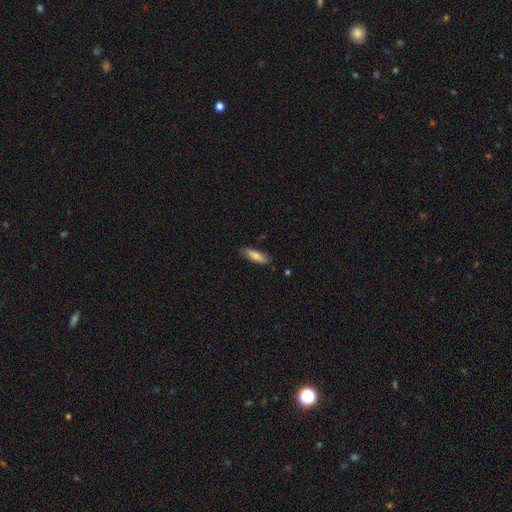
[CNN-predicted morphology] smooth_or_featured: smooth (p=0.75) [alt: featured or disk p=0.19]
how_rounded: cigar-shaped (p=0.58) [alt: in between p=0.41]
merging: none (p=0.85) [alt: minor disturbance p=0.12]